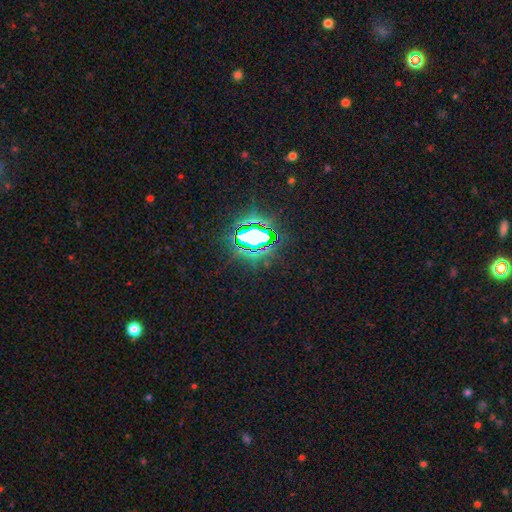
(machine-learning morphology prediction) smooth_or_featured: star or artifact (p=0.83) [alt: smooth p=0.11]